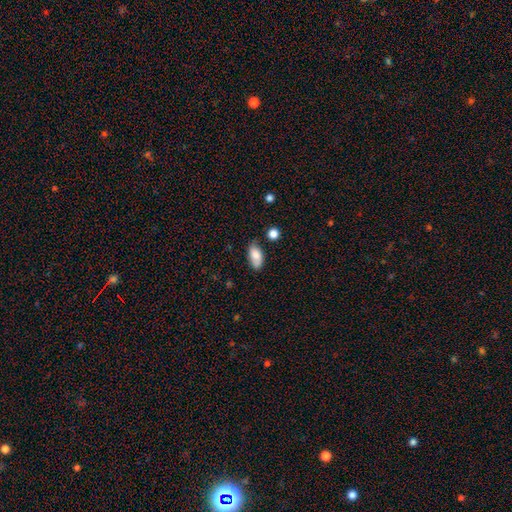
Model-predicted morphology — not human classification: Smooth or featured?
  - smooth: 80% *
  - featured or disk: 13%
  - star or artifact: 8%
How rounded?
  - in between: 91% *
  - cigar-shaped: 5%
  - round: 4%
Merging?
  - none: 68% *
  - minor disturbance: 23%
  - merger: 5%
  - major disturbance: 5%